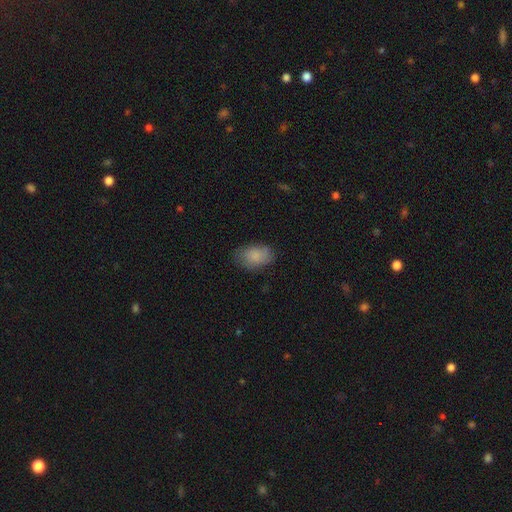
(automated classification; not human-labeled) Smooth or featured? smooth (83%)
How rounded? in between (84%)
Merging? none (72%)